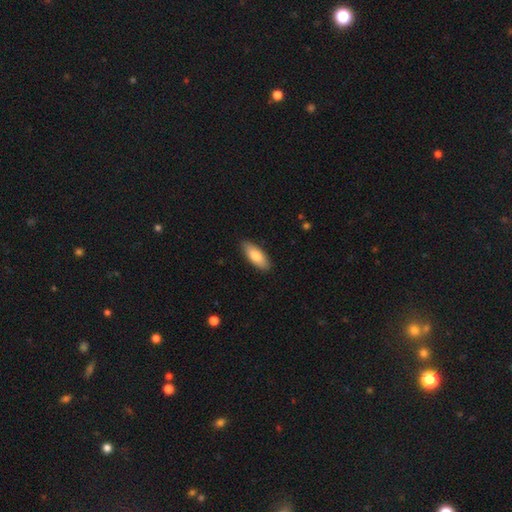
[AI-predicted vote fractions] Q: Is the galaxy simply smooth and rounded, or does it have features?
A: smooth — 80%.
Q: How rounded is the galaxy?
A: in between — 77%.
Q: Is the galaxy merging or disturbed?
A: none — 88%.